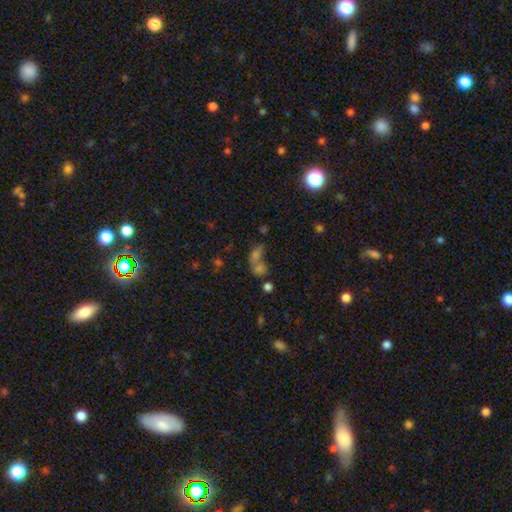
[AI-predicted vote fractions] This appears to be a smooth galaxy with no disk features (50%) that is in between round and cigar-shaped (59%). Merging: merger (56%).